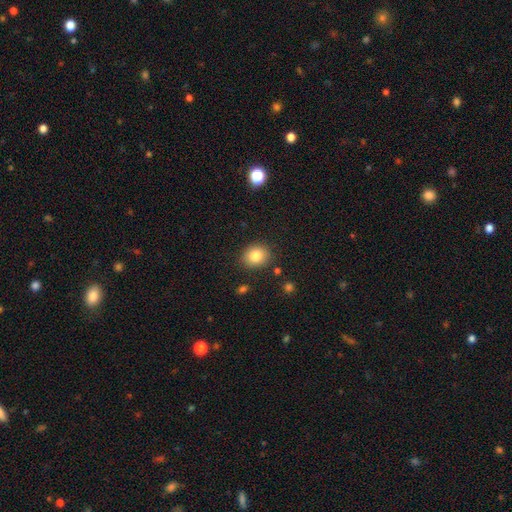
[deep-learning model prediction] This is clearly a smooth galaxy (82%). How rounded: likely round (68%). Merging: clearly none (86%).